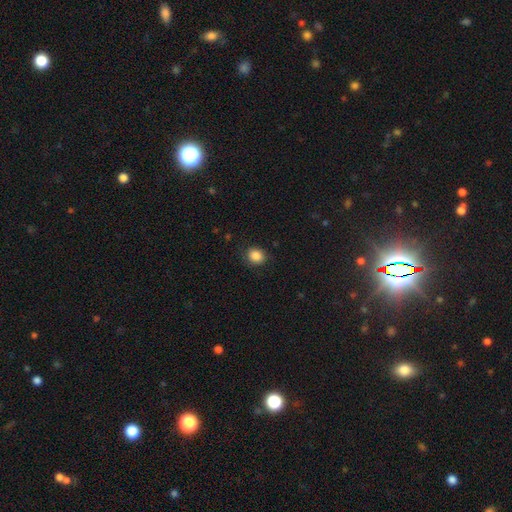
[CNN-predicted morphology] Smooth or featured? smooth (86%)
How rounded? round (63%)
Merging? none (83%)